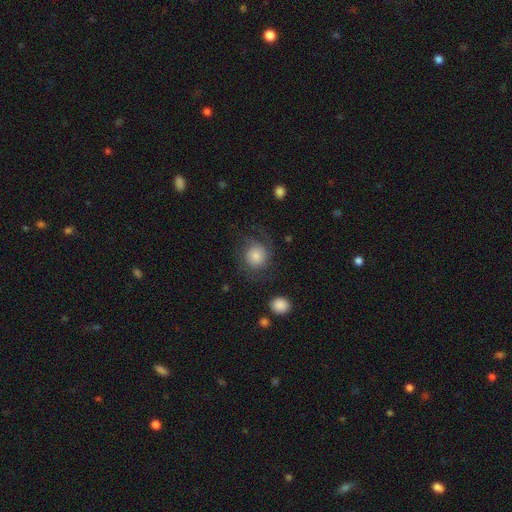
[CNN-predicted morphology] This appears to be a smooth galaxy with no disk features (56%) that is round (88%). Merging: none (66%).